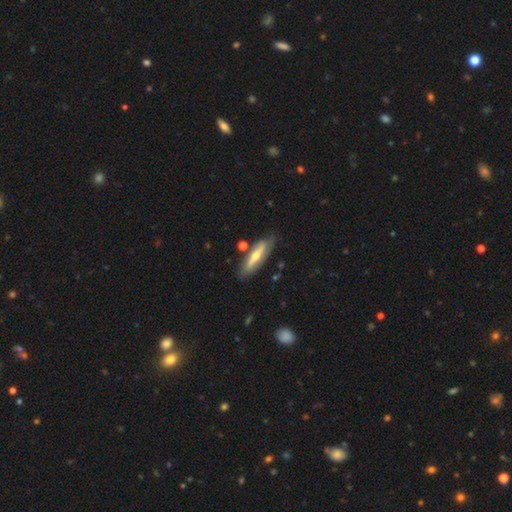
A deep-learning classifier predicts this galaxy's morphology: Smooth or featured?
  - featured or disk: 62% *
  - smooth: 32%
  - star or artifact: 6%
Edge-on disk?
  - yes: 51% *
  - no: 49%
Merging?
  - none: 76% *
  - minor disturbance: 16%
  - merger: 4%
  - major disturbance: 4%